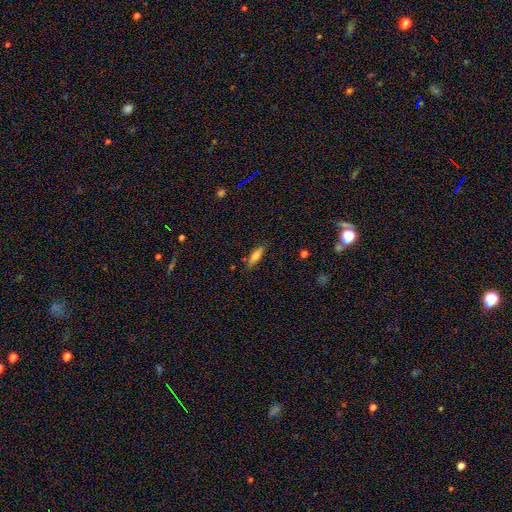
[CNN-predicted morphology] smooth_or_featured: smooth (p=0.62) [alt: featured or disk p=0.30]
how_rounded: cigar-shaped (p=0.53) [alt: in between p=0.45]
merging: none (p=0.81) [alt: minor disturbance p=0.14]